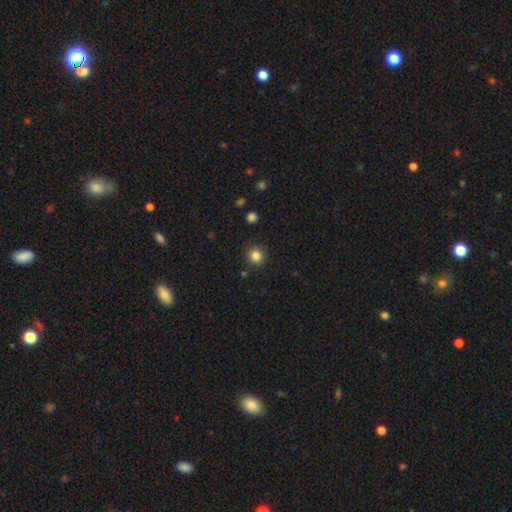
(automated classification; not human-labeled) smooth-or-featured: smooth: 84% | star or artifact: 12% | featured or disk: 4%
  how-rounded: round: 92% | in between: 7% | cigar-shaped: 1%
  merging: none: 90% | minor disturbance: 6% | major disturbance: 2% | merger: 2%